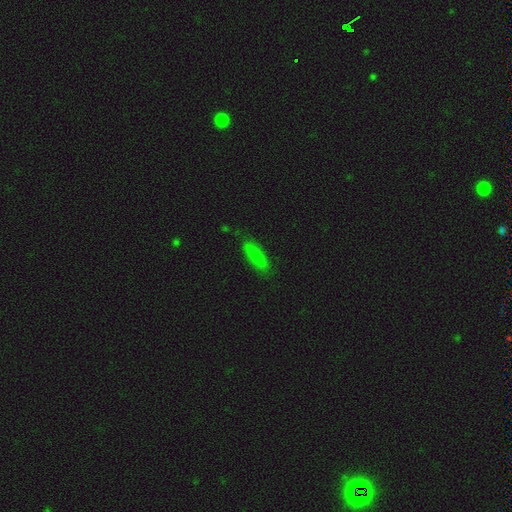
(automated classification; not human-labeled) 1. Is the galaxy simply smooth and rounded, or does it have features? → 82% smooth, 10% featured or disk, 8% star or artifact.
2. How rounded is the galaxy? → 62% cigar-shaped, 36% in between, 2% round.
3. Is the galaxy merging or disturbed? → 82% none, 14% minor disturbance, 3% major disturbance, 1% merger.